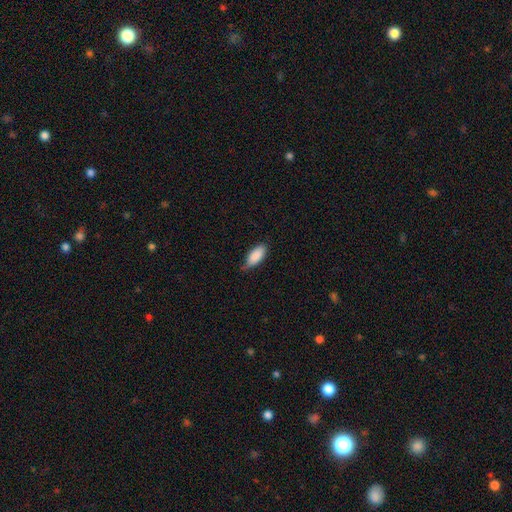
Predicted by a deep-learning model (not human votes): Morphology: type=smooth (88%); roundness=in between (86%); merging=none (62%).